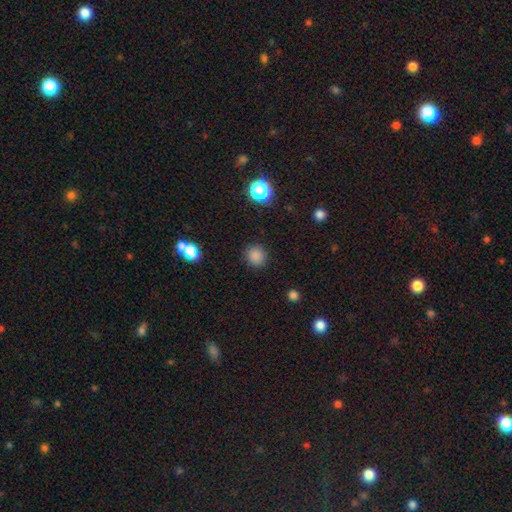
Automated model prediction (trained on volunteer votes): Q: Smooth or featured?
A: smooth (84%); runner-up: star or artifact (13%)
Q: How rounded?
A: round (89%); runner-up: in between (10%)
Q: Merging?
A: none (89%); runner-up: minor disturbance (7%)